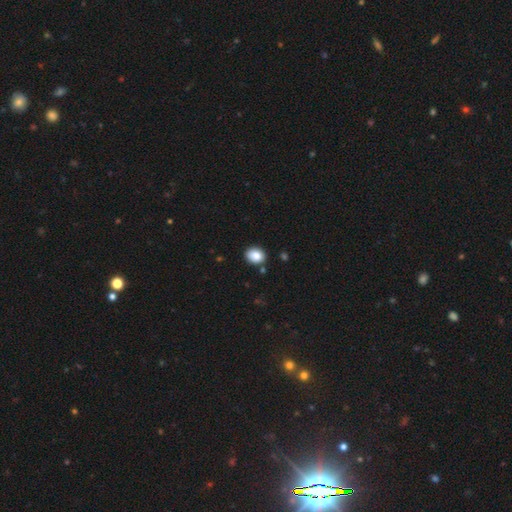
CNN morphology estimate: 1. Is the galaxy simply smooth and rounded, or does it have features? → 86% smooth, 9% star or artifact, 5% featured or disk.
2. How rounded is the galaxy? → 51% round, 48% in between, 1% cigar-shaped.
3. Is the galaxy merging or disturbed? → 85% none, 10% minor disturbance, 3% merger, 2% major disturbance.